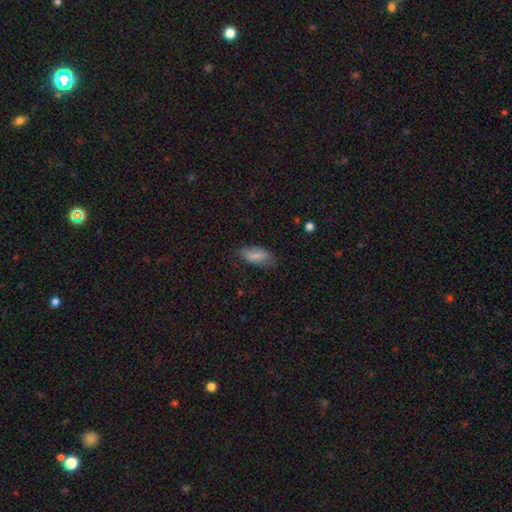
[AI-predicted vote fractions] smooth-or-featured: smooth: 75% | featured or disk: 18% | star or artifact: 7%
  how-rounded: in between: 87% | cigar-shaped: 11% | round: 3%
  merging: none: 71% | minor disturbance: 22% | major disturbance: 6% | merger: 1%